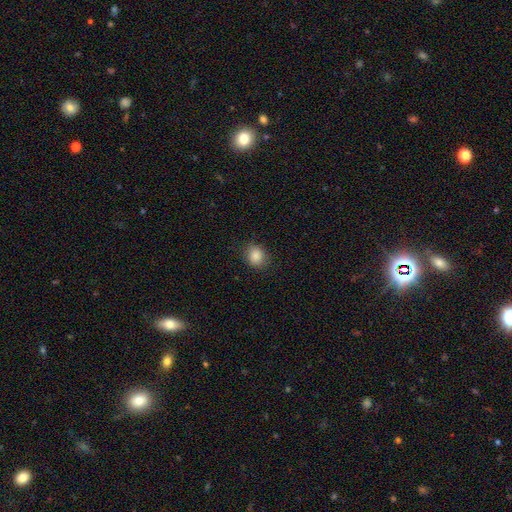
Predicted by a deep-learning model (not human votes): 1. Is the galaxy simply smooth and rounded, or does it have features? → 87% smooth, 9% star or artifact, 4% featured or disk.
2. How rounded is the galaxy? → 62% round, 37% in between, 1% cigar-shaped.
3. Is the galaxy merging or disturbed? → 85% none, 11% minor disturbance, 3% major disturbance, 1% merger.